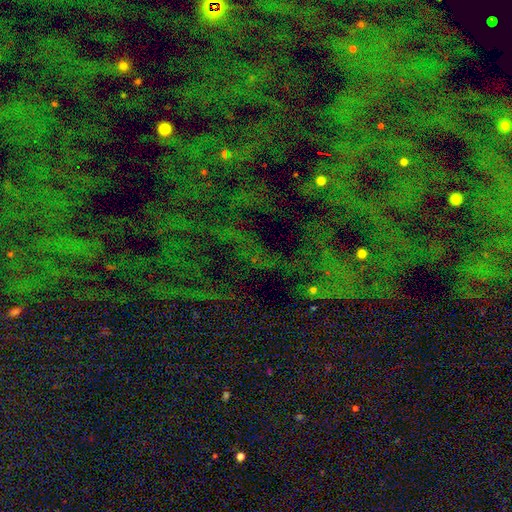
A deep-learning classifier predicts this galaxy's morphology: Smooth or featured? Predicted: star or artifact (p=0.76).